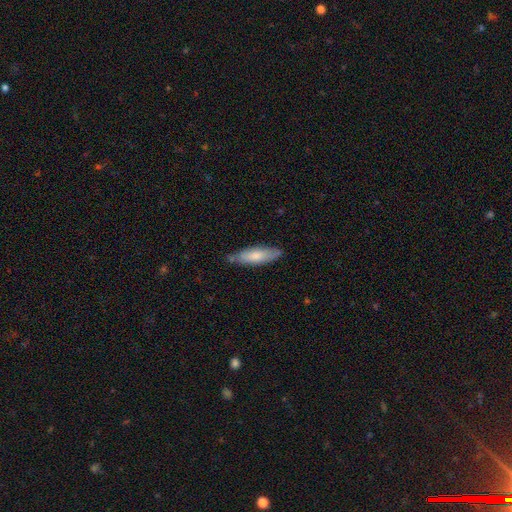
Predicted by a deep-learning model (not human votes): Q: Smooth or featured?
A: smooth (71%); runner-up: featured or disk (23%)
Q: How rounded?
A: cigar-shaped (53%); runner-up: in between (45%)
Q: Merging?
A: none (74%); runner-up: minor disturbance (19%)